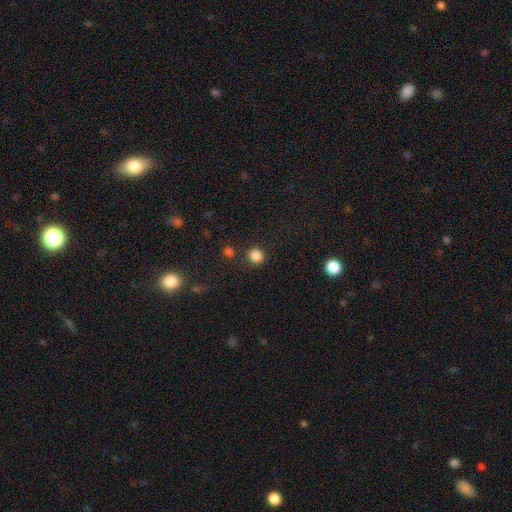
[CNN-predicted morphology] Smooth or featured: smooth — 84% (star or artifact — 12%)
How rounded: round — 87% (in between — 12%)
Merging: none — 84% (minor disturbance — 8%)